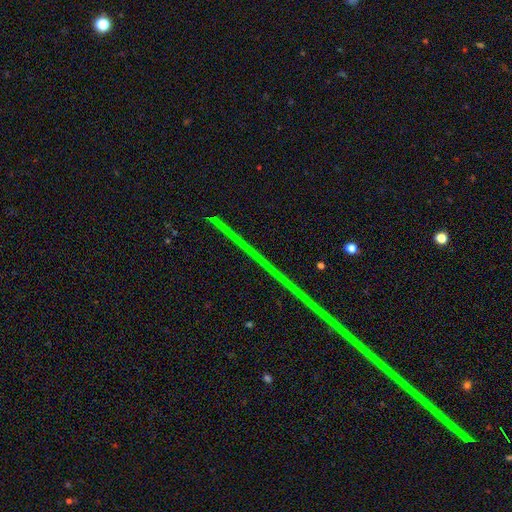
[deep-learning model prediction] Morphology: type=star or artifact (87%).